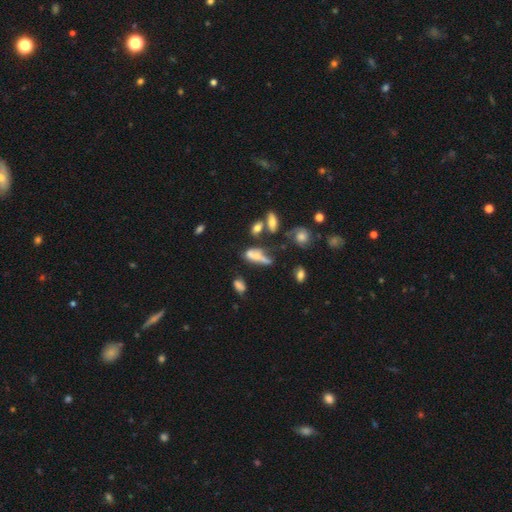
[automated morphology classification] The model was most divided on "merging": merger: 29%, none: 27%, major disturbance: 24%, minor disturbance: 20%. Remaining: smooth or featured — smooth (48%).